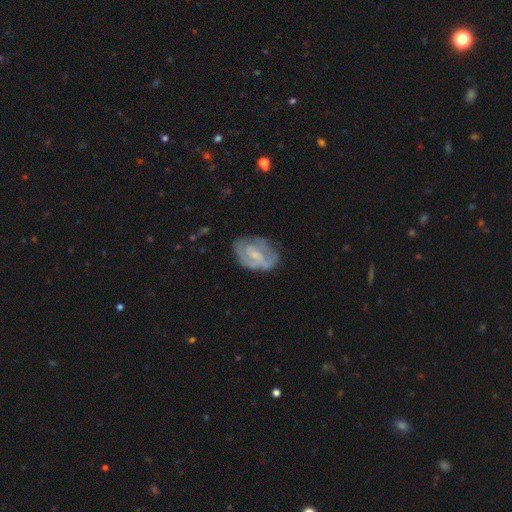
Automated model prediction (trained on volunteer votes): Morphology: type=featured or disk (66%); edge-on=no (96%); bar=weak (47%); spiral arms=yes (68%); bulge=small (55%); merging=none (58%).